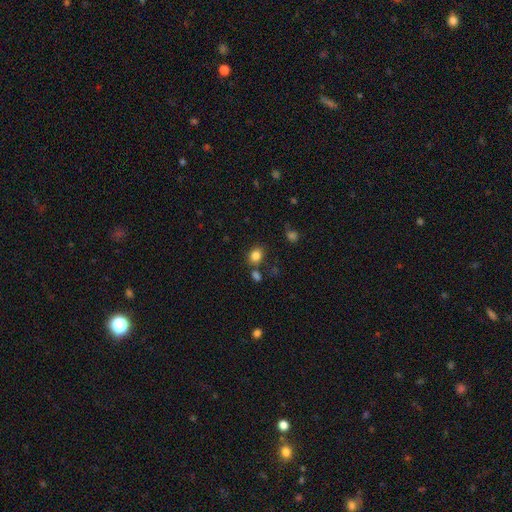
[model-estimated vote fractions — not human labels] smooth_or_featured: smooth (p=0.83) [alt: star or artifact p=0.11]
how_rounded: round (p=0.54) [alt: in between p=0.45]
merging: none (p=0.75) [alt: minor disturbance p=0.12]